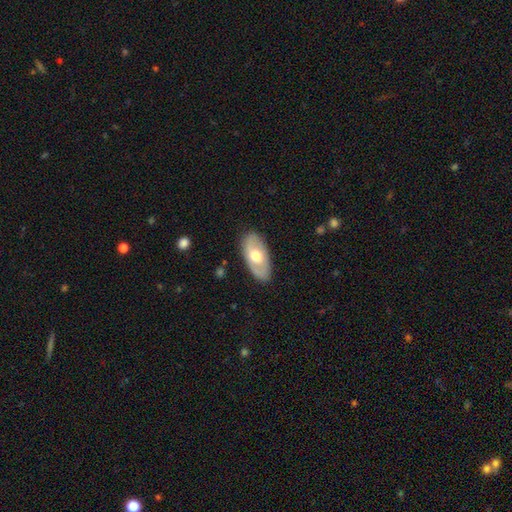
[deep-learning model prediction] smooth-or-featured: smooth: 49% | featured or disk: 46% | star or artifact: 5%
  merging: none: 84% | minor disturbance: 12% | major disturbance: 3% | merger: 1%